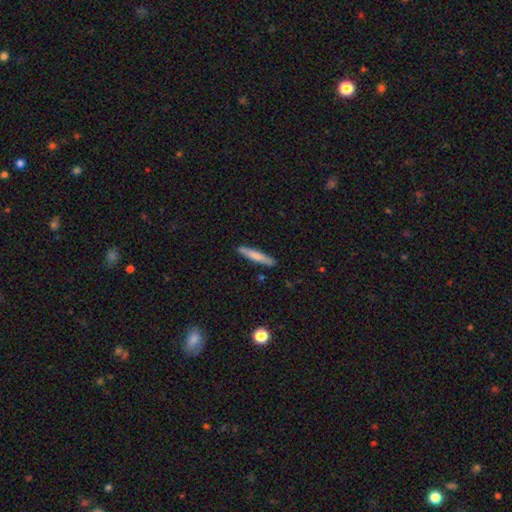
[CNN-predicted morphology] smooth_or_featured: smooth (p=0.72) [alt: featured or disk p=0.23]
how_rounded: cigar-shaped (p=0.93) [alt: in between p=0.05]
merging: none (p=0.88) [alt: minor disturbance p=0.09]